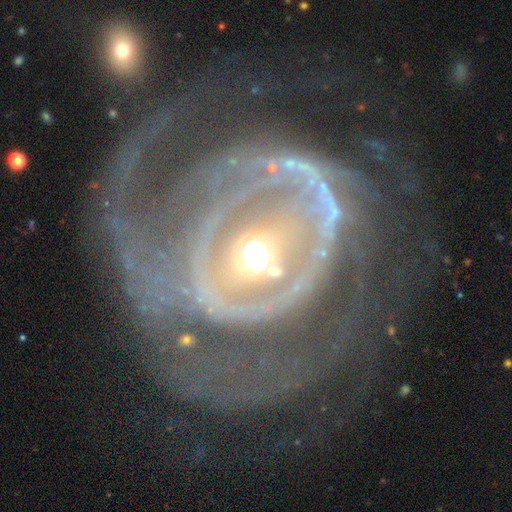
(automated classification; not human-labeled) A featured or disk galaxy (87%) with no bar (41%), 2 (46%) tight (47%) spiral arms (80%) and a moderate central bulge (63%).

Vote fractions:
- Smooth or featured? featured or disk: 87% / smooth: 8% / star or artifact: 6%
- Edge-on disk? no: 97% / yes: 3%
- Bar? no: 41% / strong: 32% / weak: 27%
- Spiral arms? yes: 80% / no: 20%
- Spiral winding? tight: 47% / medium: 33% / loose: 21%
- Spiral arm count? 2: 46% / can't tell: 18% / 3: 11% / 1: 10% / 4: 8% / more than 4: 8%
- Bulge size? moderate: 63% / small: 22% / large: 11% / dominant: 2% / none: 2%
- Merging? none: 50% / major disturbance: 26% / minor disturbance: 19% / merger: 6%